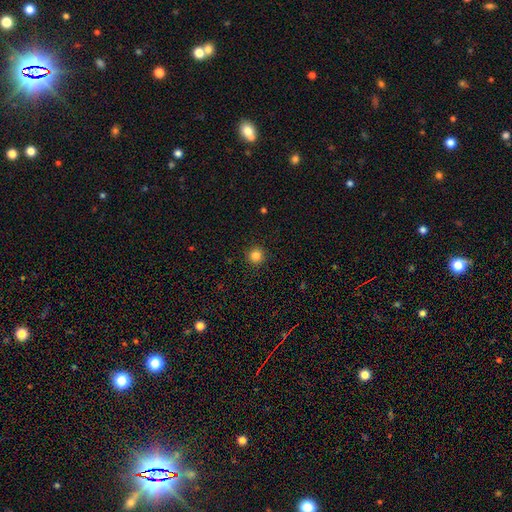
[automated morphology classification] This is clearly a smooth galaxy (84%). How rounded: clearly round (95%). Merging: clearly none (92%).